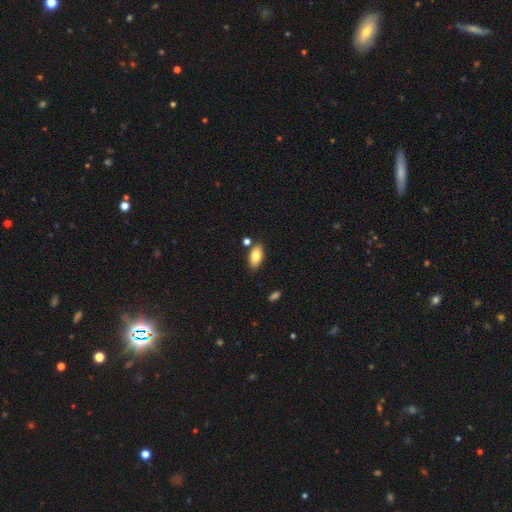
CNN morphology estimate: Smooth or featured: smooth — 79% (featured or disk — 13%)
How rounded: in between — 92% (cigar-shaped — 5%)
Merging: none — 81% (minor disturbance — 11%)